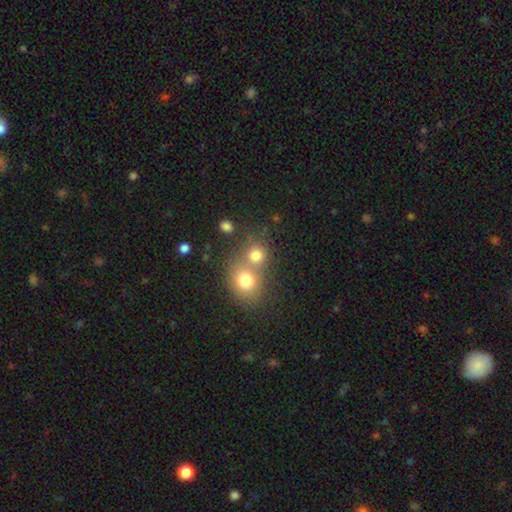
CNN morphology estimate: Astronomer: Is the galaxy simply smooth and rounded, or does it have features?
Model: smooth — 77%.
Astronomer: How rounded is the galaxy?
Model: round — 78%.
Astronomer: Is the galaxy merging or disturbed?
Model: merger — 51% (runner-up: none, 39%).